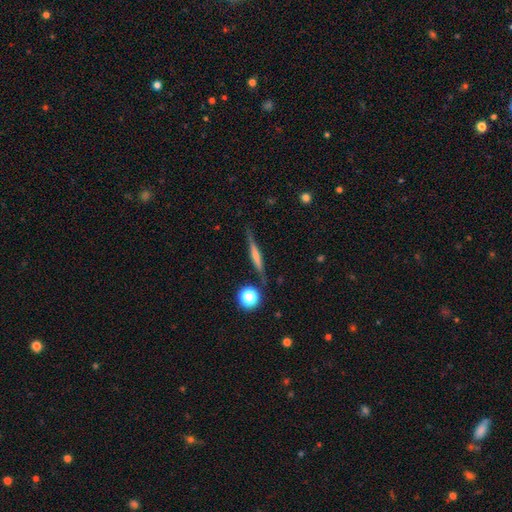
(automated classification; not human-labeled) This is likely a featured or disk galaxy (64%). It is clearly viewed edge-on (96%). Edge-on bulge: possibly rounded (50%). Merging: clearly none (86%).